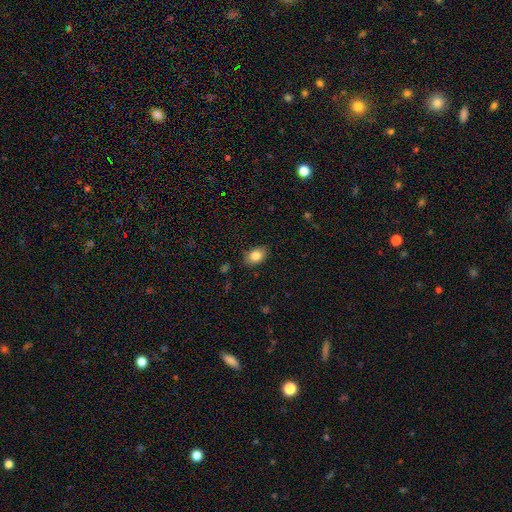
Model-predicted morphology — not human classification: smooth-or-featured: smooth: 83% | featured or disk: 8% | star or artifact: 8%
  how-rounded: in between: 81% | round: 18% | cigar-shaped: 1%
  merging: none: 85% | minor disturbance: 11% | major disturbance: 2% | merger: 1%